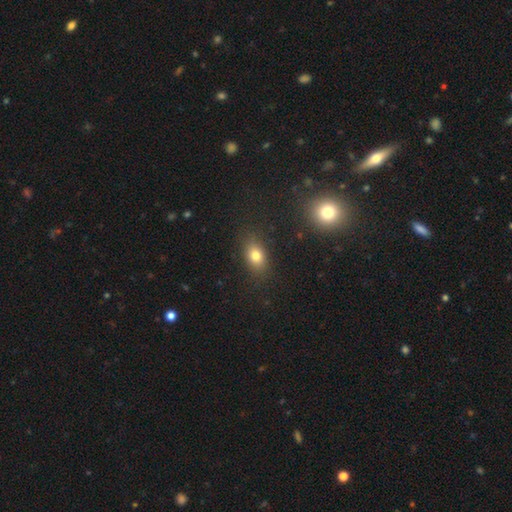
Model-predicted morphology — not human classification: smooth 77%, star or artifact 13%, featured or disk 10%. Down the decision tree: how rounded — in between (72%); merging — none (83%).